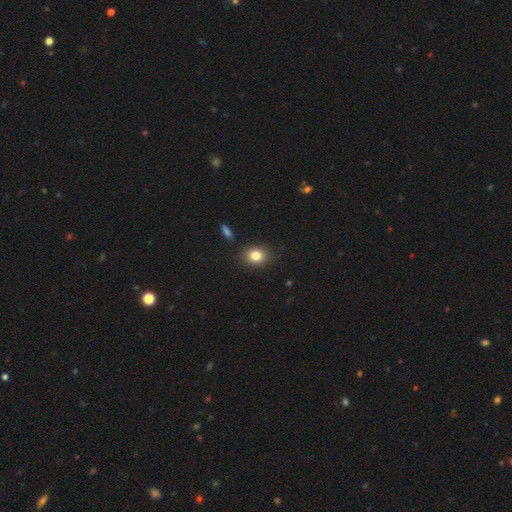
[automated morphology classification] Q: Smooth or featured?
A: smooth (82%); runner-up: star or artifact (10%)
Q: How rounded?
A: round (56%); runner-up: in between (43%)
Q: Merging?
A: none (85%); runner-up: minor disturbance (10%)